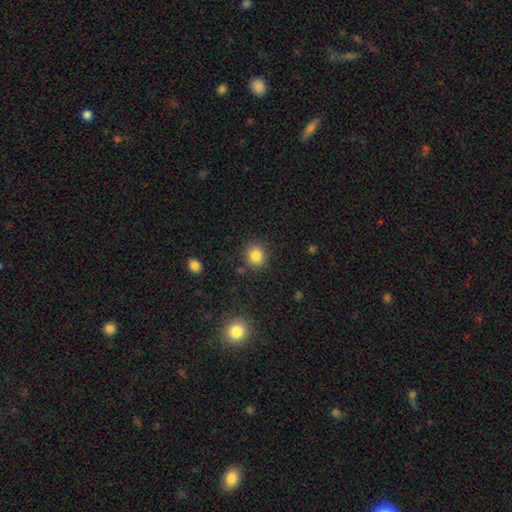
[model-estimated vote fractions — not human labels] smooth 84%, star or artifact 11%, featured or disk 5%. Down the decision tree: how rounded — round (82%); merging — none (85%).